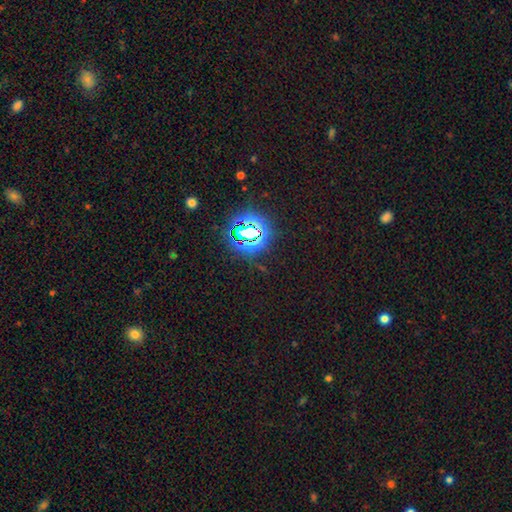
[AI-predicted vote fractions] A star or artifact, not a galaxy (79%).

Vote fractions:
- Smooth or featured? star or artifact: 79% / smooth: 14% / featured or disk: 7%